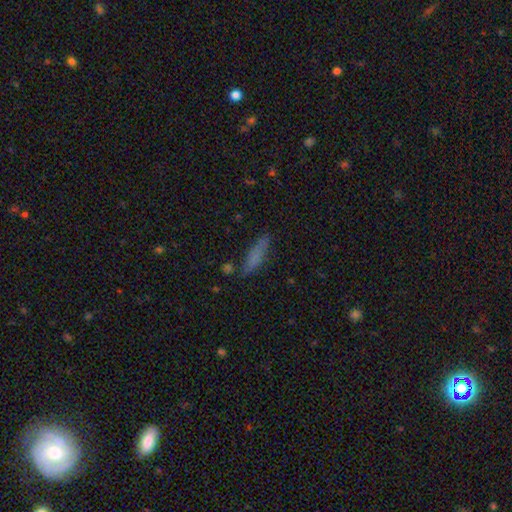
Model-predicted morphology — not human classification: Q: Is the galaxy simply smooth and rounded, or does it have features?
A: smooth — 72%.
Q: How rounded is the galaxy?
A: cigar-shaped — 79%.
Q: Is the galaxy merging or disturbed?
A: none — 77%.